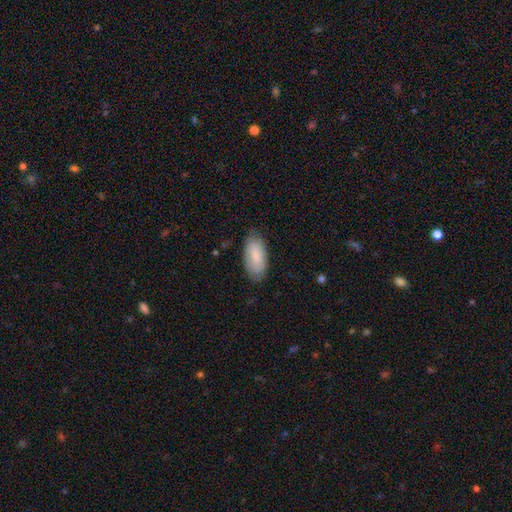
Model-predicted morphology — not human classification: This is clearly a smooth galaxy (83%). How rounded: clearly in between (92%). Merging: likely none (76%).